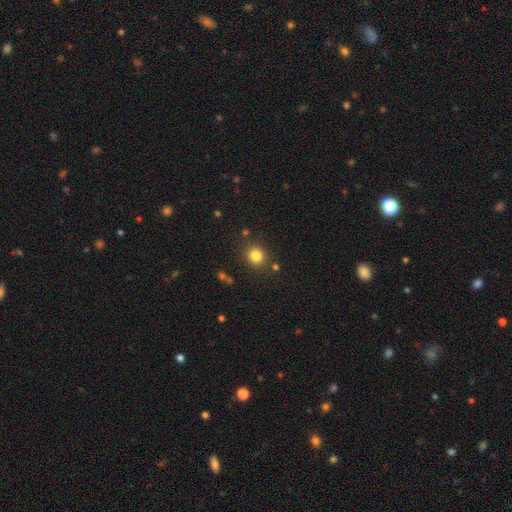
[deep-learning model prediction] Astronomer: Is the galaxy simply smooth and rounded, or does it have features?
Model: smooth — 82%.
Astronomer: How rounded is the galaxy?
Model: round — 79%.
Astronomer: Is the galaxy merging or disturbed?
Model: none — 84%.